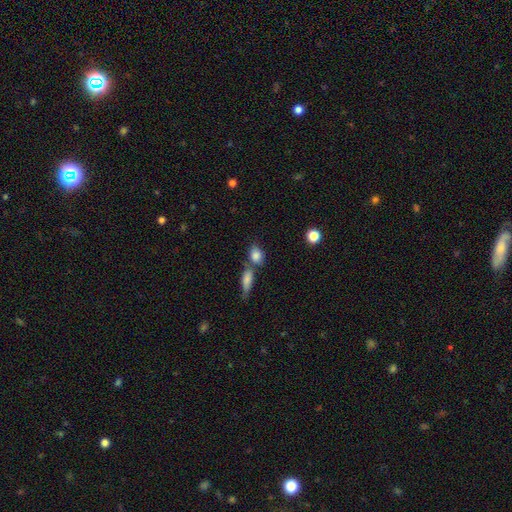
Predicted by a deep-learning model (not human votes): Smooth or featured? smooth (84%)
How rounded? in between (61%)
Merging? none (49%)